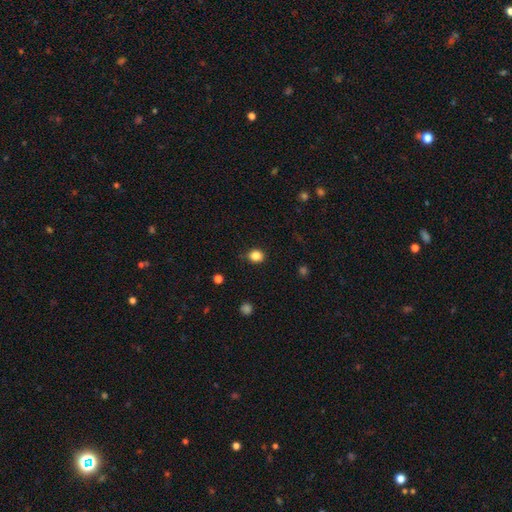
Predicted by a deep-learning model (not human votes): Smooth or featured: smooth — 84% (star or artifact — 11%)
How rounded: round — 72% (in between — 28%)
Merging: none — 80% (minor disturbance — 16%)